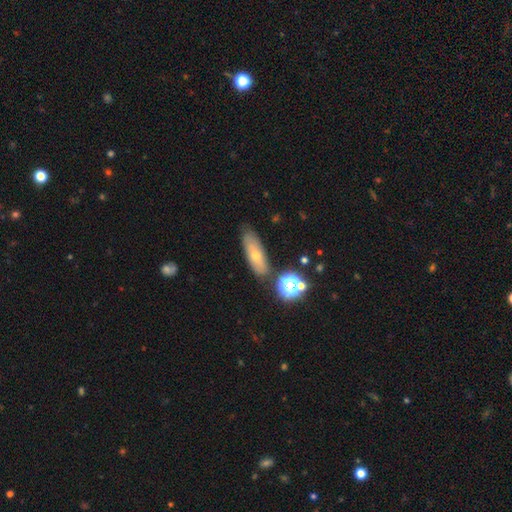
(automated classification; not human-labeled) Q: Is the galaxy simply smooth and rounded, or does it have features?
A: smooth — 51%.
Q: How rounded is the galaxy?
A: in between — 53%.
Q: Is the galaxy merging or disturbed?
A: none — 74%.